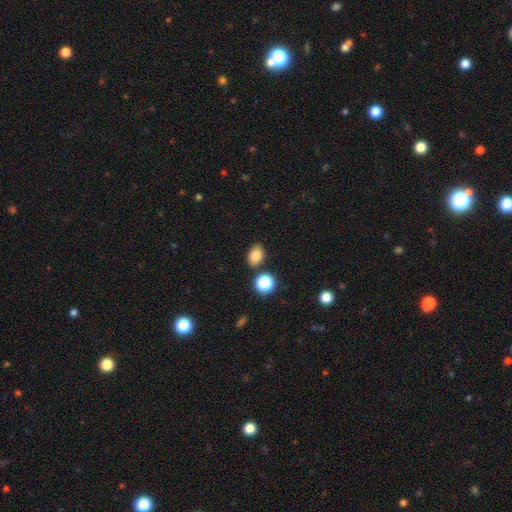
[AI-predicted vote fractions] Morphology: type=smooth (82%); roundness=in between (74%); merging=none (81%).